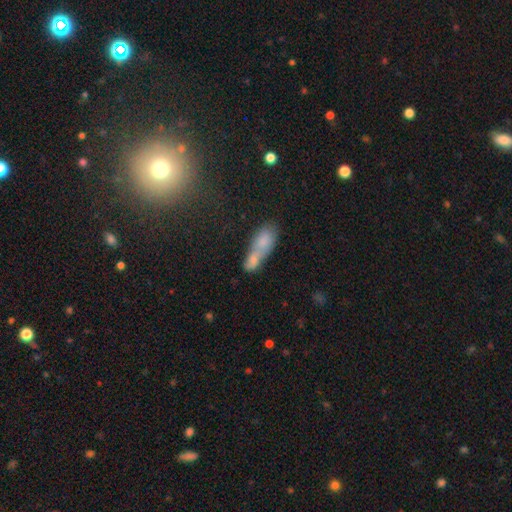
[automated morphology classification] A smooth galaxy with no disk features (67%) that is in between round and cigar-shaped (65%).

Vote fractions:
- Smooth or featured? smooth: 67% / featured or disk: 22% / star or artifact: 11%
- How rounded? in between: 65% / cigar-shaped: 28% / round: 7%
- Merging? merger: 59% / none: 21% / minor disturbance: 11% / major disturbance: 8%